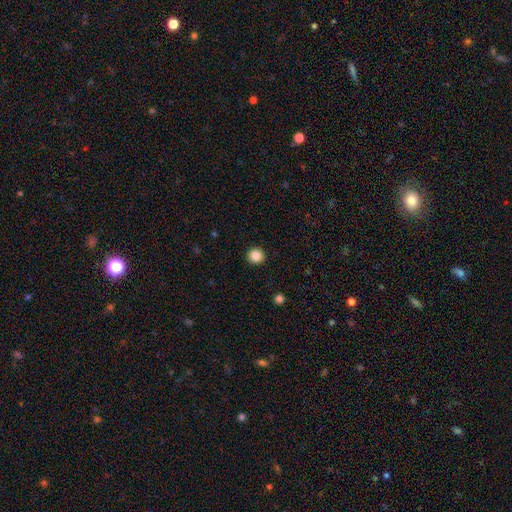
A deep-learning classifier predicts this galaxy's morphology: Q: Smooth or featured?
A: smooth (86%); runner-up: star or artifact (10%)
Q: How rounded?
A: round (94%); runner-up: in between (5%)
Q: Merging?
A: none (93%); runner-up: minor disturbance (4%)